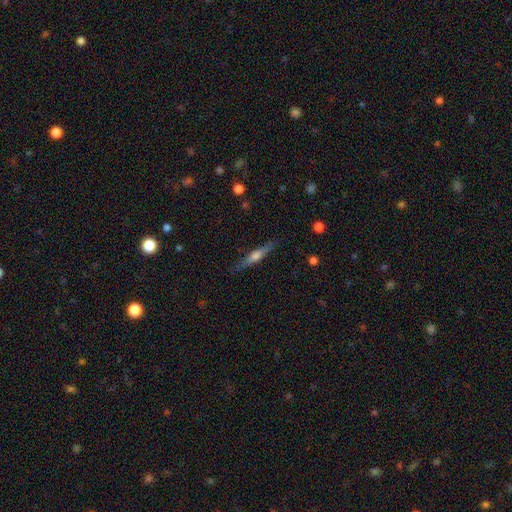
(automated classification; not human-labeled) A featured or disk galaxy (61%) viewed edge-on (96%) with a rounded central bulge (81%). Merging: none (87%).